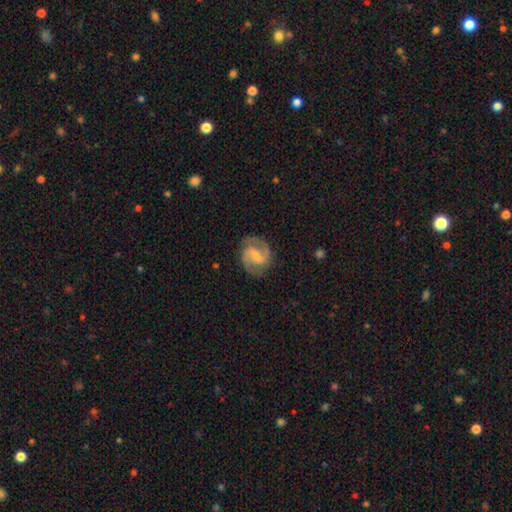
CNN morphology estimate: smooth_or_featured: featured or disk (p=0.84) [alt: smooth p=0.11]
disk_edge_on: no (p=0.98) [alt: yes p=0.02]
bar: weak (p=0.52) [alt: strong p=0.29]
has_spiral_arms: yes (p=0.96) [alt: no p=0.04]
spiral_winding: medium (p=0.57) [alt: tight p=0.25]
spiral_arm_count: 2 (p=0.92) [alt: can't tell p=0.03]
bulge_size: small (p=0.54) [alt: moderate p=0.30]
merging: none (p=0.82) [alt: minor disturbance p=0.13]